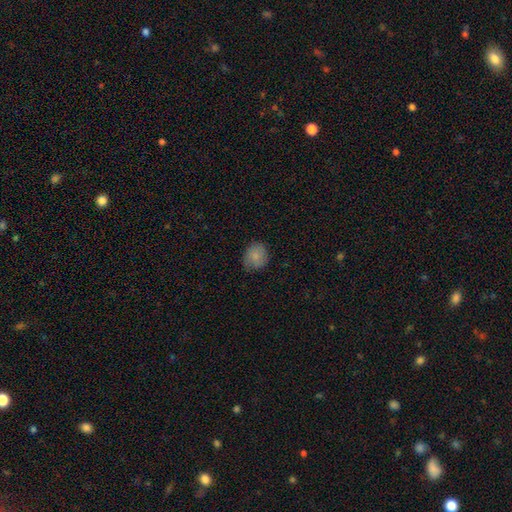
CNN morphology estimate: Smooth or featured?
  - smooth: 81% *
  - featured or disk: 10%
  - star or artifact: 8%
How rounded?
  - round: 68% *
  - in between: 31%
  - cigar-shaped: 1%
Merging?
  - none: 73% *
  - minor disturbance: 23%
  - major disturbance: 4%
  - merger: 1%